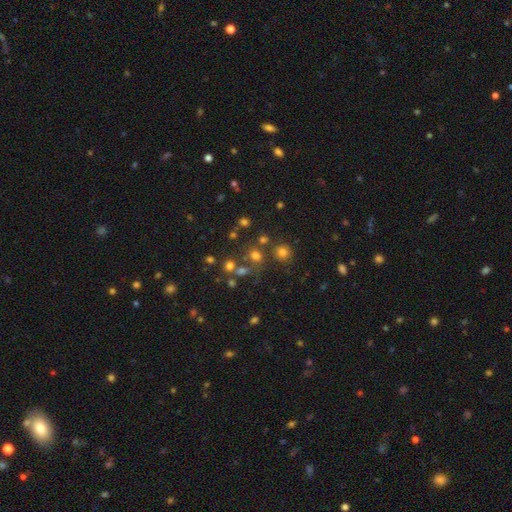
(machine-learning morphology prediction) Overall: smooth (55%; star or artifact 35%). How rounded: round (88%). Merging: none (70%).